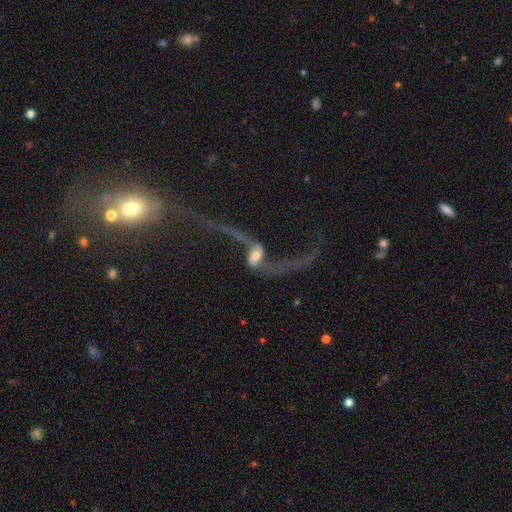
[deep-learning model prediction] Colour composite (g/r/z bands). It shows a featured or disk galaxy (81%) with no bar (43%), 2 (91%) loose (96%) spiral arms (88%) and a moderate central bulge (50%). Merging: major disturbance (39%).